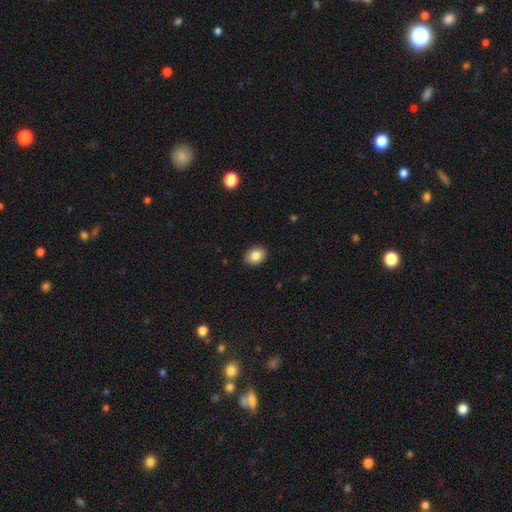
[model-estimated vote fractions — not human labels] Smooth or featured? smooth (85%)
How rounded? in between (58%)
Merging? none (90%)